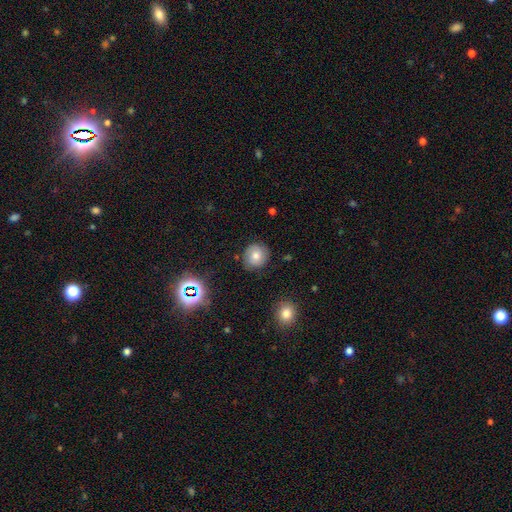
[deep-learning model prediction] smooth 70%, featured or disk 17%, star or artifact 14%. Down the decision tree: how rounded — round (86%); merging — none (83%).